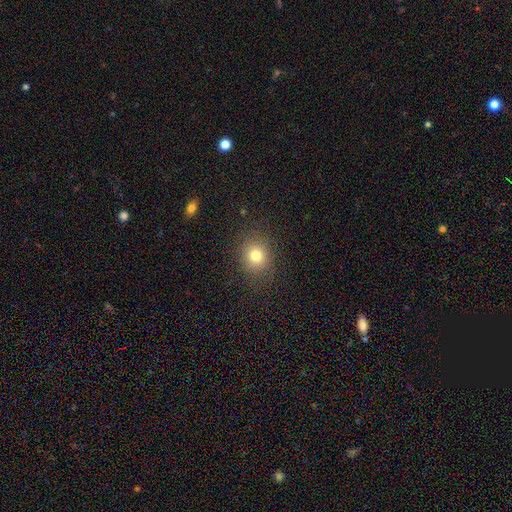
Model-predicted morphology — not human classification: This appears to be a smooth galaxy with no disk features (77%) that is round (77%). Merging: none (86%).